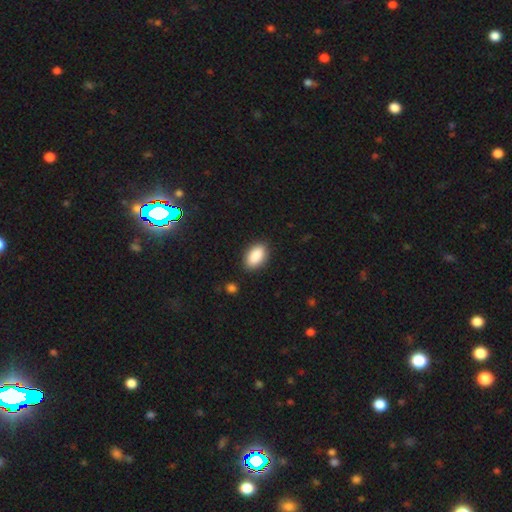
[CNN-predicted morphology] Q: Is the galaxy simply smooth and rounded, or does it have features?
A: smooth — 90%.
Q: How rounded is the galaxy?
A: in between — 93%.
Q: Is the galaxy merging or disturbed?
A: none — 88%.